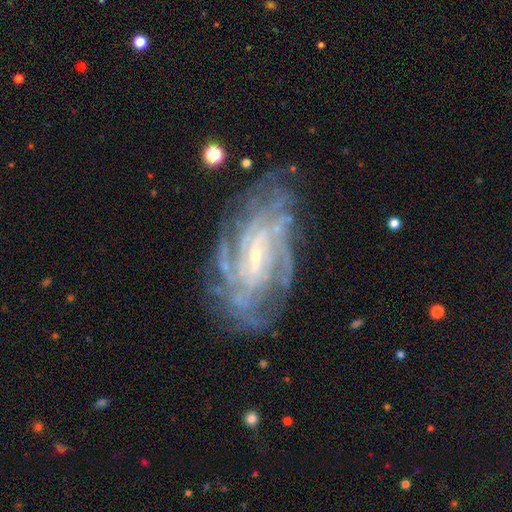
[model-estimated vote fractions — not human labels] A featured or disk galaxy (89%) with a weak bar (45%), tight (62%) spiral arms (96%) and a small central bulge (81%).

Vote fractions:
- Smooth or featured? featured or disk: 89% / star or artifact: 6% / smooth: 5%
- Edge-on disk? no: 95% / yes: 5%
- Bar? weak: 45% / no: 30% / strong: 25%
- Spiral arms? yes: 96% / no: 4%
- Spiral winding? tight: 62% / medium: 31% / loose: 7%
- Spiral arm count? can't tell: 31% / 4: 24% / more than 4: 14% / 3: 13% / 2: 12% / 1: 7%
- Bulge size? small: 81% / moderate: 13% / none: 4% / large: 1% / dominant: 1%
- Merging? none: 73% / minor disturbance: 17% / major disturbance: 8% / merger: 2%